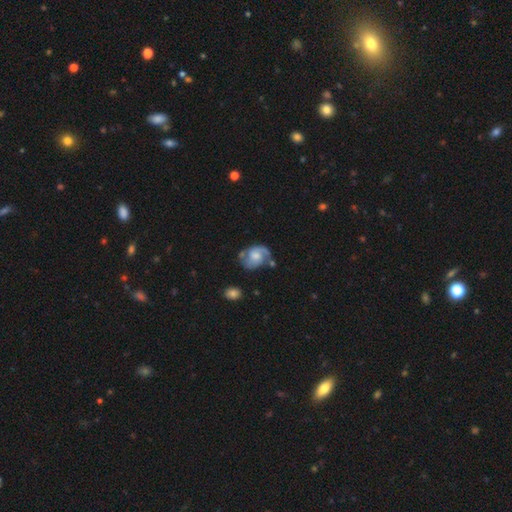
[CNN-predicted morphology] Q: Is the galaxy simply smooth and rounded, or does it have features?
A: featured or disk — 72%.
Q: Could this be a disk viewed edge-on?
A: no — 97%.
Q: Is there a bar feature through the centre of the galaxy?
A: no — 63%.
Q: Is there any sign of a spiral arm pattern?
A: yes — 90%.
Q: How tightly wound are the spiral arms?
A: medium — 47%.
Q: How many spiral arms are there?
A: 2 — 76%.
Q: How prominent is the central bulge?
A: moderate — 44%.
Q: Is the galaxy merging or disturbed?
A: none — 52%.